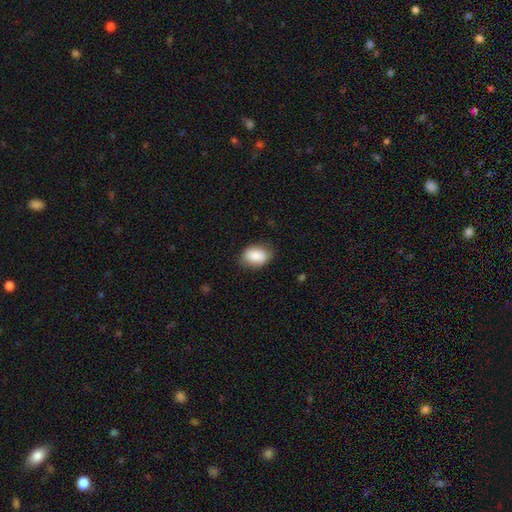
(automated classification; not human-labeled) Q: Smooth or featured?
A: smooth (87%); runner-up: star or artifact (7%)
Q: How rounded?
A: in between (83%); runner-up: round (15%)
Q: Merging?
A: none (79%); runner-up: minor disturbance (16%)